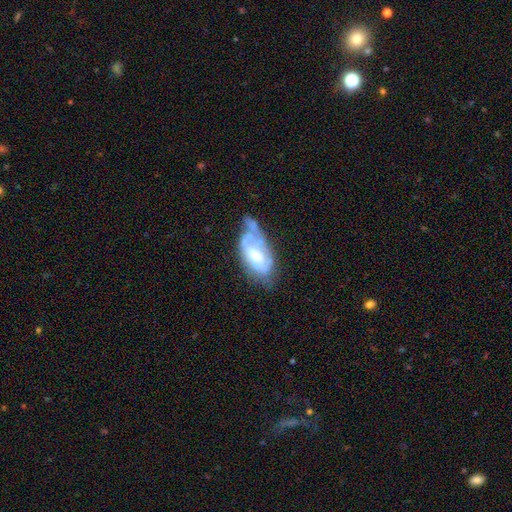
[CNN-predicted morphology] The model was most divided on "merging": minor disturbance: 35%, none: 30%, major disturbance: 28%, merger: 7%. Remaining: edge-on disk — no (93%); spiral arms — yes (70%); smooth or featured — featured or disk (66%); bulge size — moderate (55%); bar — weak (46%).